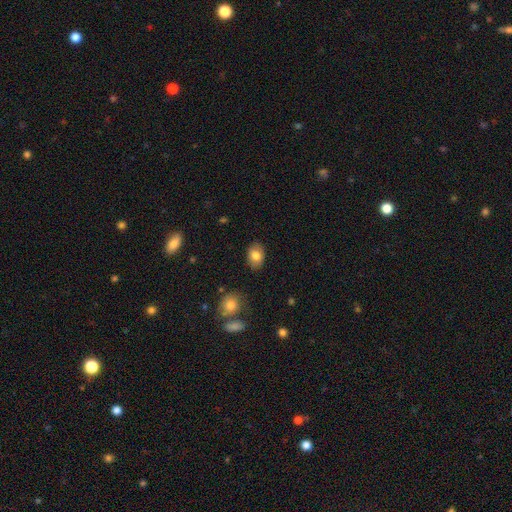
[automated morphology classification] smooth_or_featured: smooth (p=0.80) [alt: featured or disk p=0.12]
how_rounded: in between (p=0.80) [alt: round p=0.19]
merging: none (p=0.87) [alt: minor disturbance p=0.09]